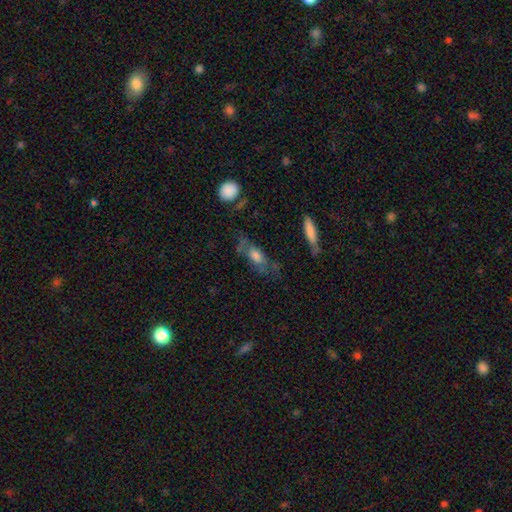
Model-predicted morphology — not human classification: Smooth or featured: smooth — 53% (featured or disk — 37%)
How rounded: in between — 58% (cigar-shaped — 35%)
Merging: none — 48% (minor disturbance — 24%)